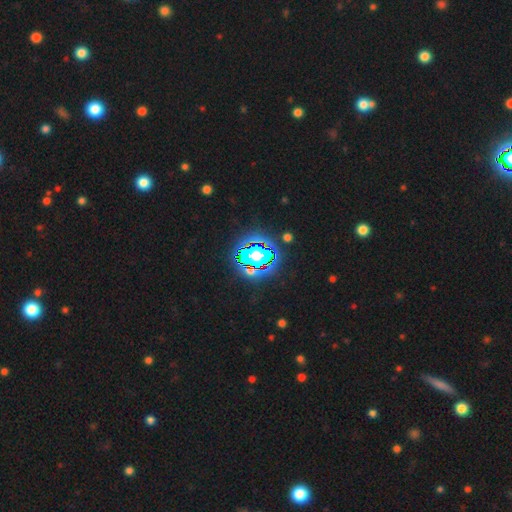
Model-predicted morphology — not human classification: type=star or artifact (58%).